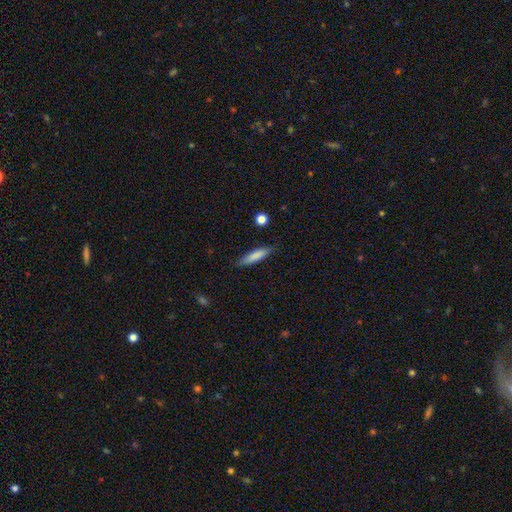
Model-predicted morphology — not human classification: This appears to be a smooth galaxy with no disk features (82%) that is cigar-shaped (79%). Merging: none (85%).